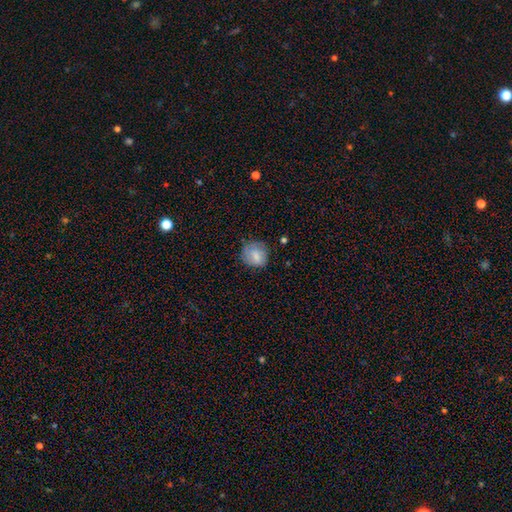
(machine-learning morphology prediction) The model was most divided on "merging": none: 68%, minor disturbance: 23%, major disturbance: 7%, merger: 2%. More confident: how rounded — round (75%); smooth or featured — smooth (74%).